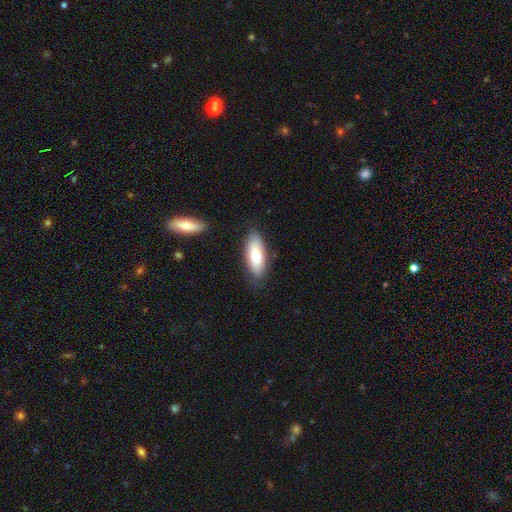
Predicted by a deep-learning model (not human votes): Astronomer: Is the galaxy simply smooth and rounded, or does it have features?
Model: smooth — 82%.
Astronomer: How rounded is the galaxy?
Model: in between — 76%.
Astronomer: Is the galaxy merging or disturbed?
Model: none — 80%.